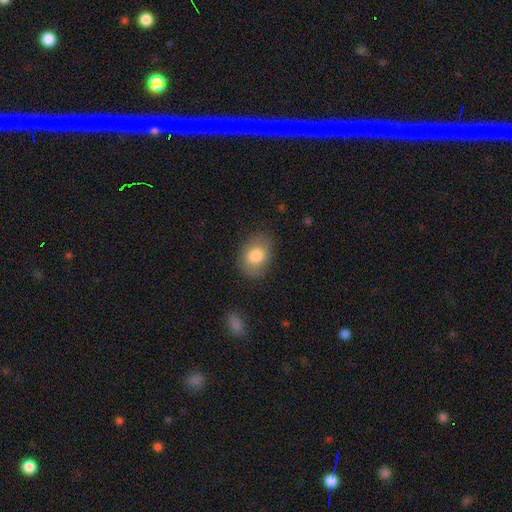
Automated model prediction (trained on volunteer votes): The model was most divided on "how rounded": in between: 70%, round: 28%, cigar-shaped: 1%. More confident: smooth or featured — smooth (80%); merging — none (78%).